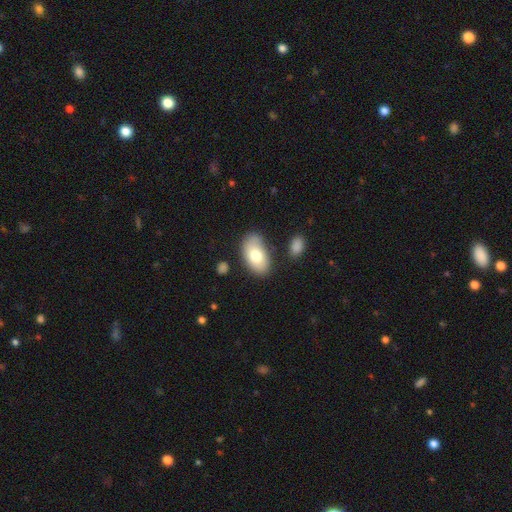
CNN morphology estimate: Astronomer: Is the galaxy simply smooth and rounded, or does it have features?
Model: smooth — 74%.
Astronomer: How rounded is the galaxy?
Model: in between — 93%.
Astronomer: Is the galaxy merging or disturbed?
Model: none — 73%.